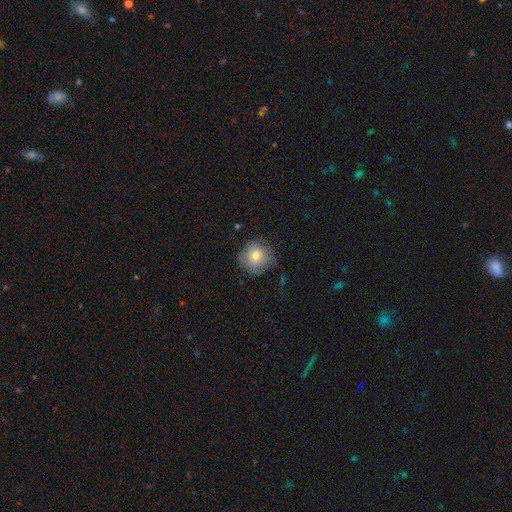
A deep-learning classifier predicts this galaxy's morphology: type=smooth (72%); roundness=round (92%); merging=none (72%).